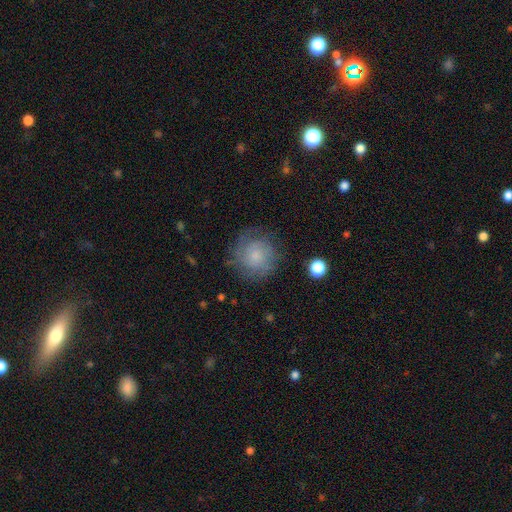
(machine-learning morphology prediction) Smooth or featured: smooth — 57% (featured or disk — 34%)
How rounded: round — 92% (in between — 7%)
Merging: none — 73% (minor disturbance — 17%)